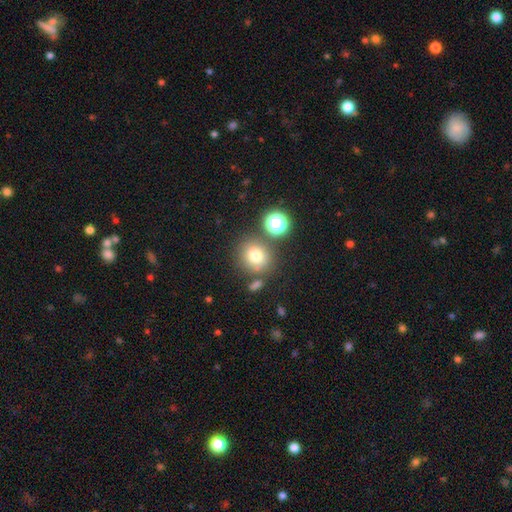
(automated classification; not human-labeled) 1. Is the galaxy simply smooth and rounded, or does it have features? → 74% smooth, 15% star or artifact, 10% featured or disk.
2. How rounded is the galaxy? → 86% round, 13% in between, 1% cigar-shaped.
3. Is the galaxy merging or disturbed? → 74% none, 11% merger, 11% minor disturbance, 4% major disturbance.